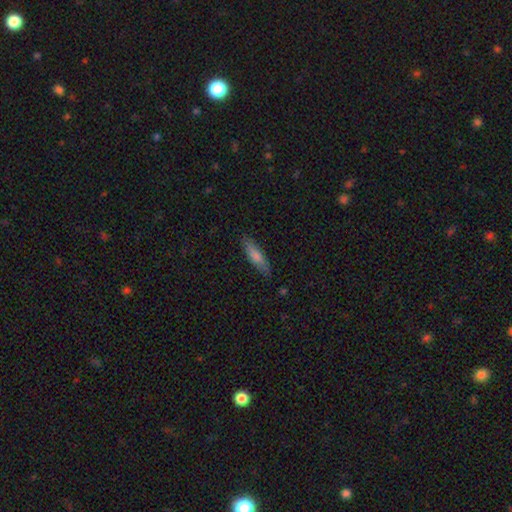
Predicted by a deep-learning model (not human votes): A smooth galaxy with no disk features (73%) that is cigar-shaped (72%).

Vote fractions:
- Smooth or featured? smooth: 73% / featured or disk: 21% / star or artifact: 6%
- How rounded? cigar-shaped: 72% / in between: 26% / round: 2%
- Merging? none: 85% / minor disturbance: 11% / major disturbance: 2% / merger: 1%